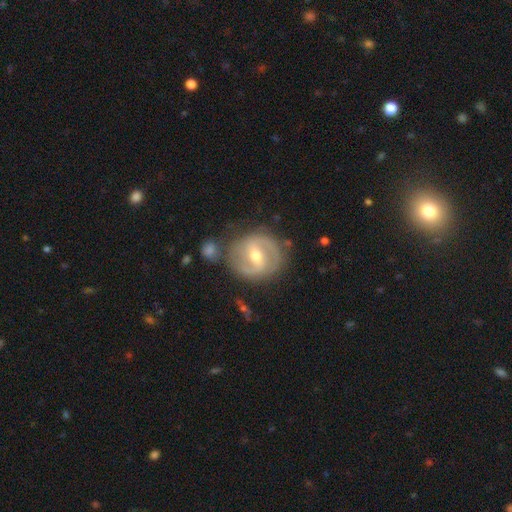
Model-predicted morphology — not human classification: Smooth or featured?
  - featured or disk: 82% *
  - smooth: 13%
  - star or artifact: 5%
Edge-on disk?
  - no: 97% *
  - yes: 3%
Bar?
  - weak: 45% *
  - strong: 40%
  - no: 15%
Spiral arms?
  - yes: 89% *
  - no: 11%
Spiral winding?
  - medium: 49% *
  - tight: 33%
  - loose: 18%
Spiral arm count?
  - 2: 85% *
  - can't tell: 7%
  - 3: 3%
  - 1: 3%
  - 4: 1%
  - more than 4: 1%
Bulge size?
  - moderate: 65% *
  - small: 31%
  - large: 3%
  - none: 1%
  - dominant: 1%
Merging?
  - none: 74% *
  - minor disturbance: 15%
  - merger: 6%
  - major disturbance: 5%